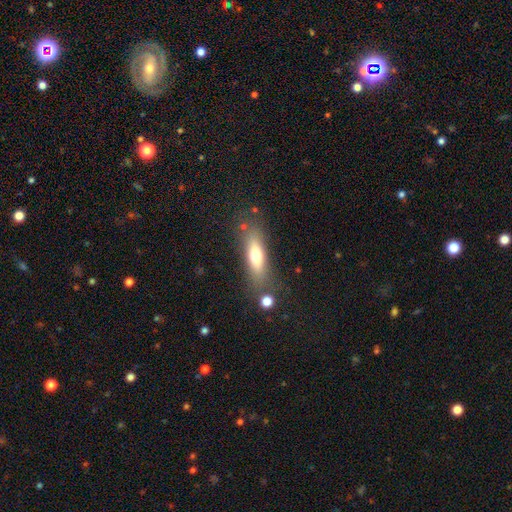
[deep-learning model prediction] smooth-or-featured: smooth: 65% | featured or disk: 27% | star or artifact: 8%
  how-rounded: cigar-shaped: 59% | in between: 39% | round: 3%
  merging: none: 75% | minor disturbance: 14% | merger: 6% | major disturbance: 5%